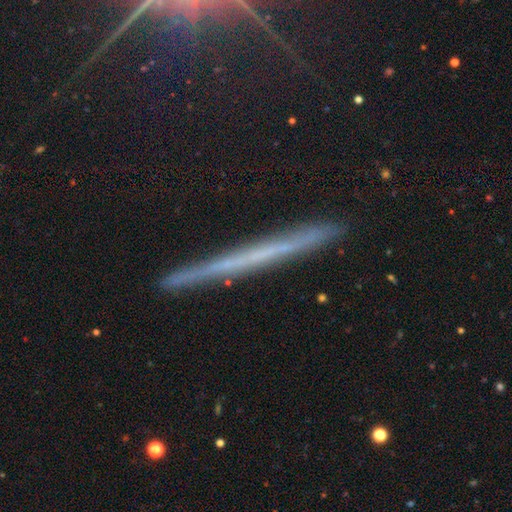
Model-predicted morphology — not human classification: Overall: featured or disk (56%; smooth 27%). Edge-on disk: yes (95%). Edge-on bulge: none (88%). Merging: none (85%).